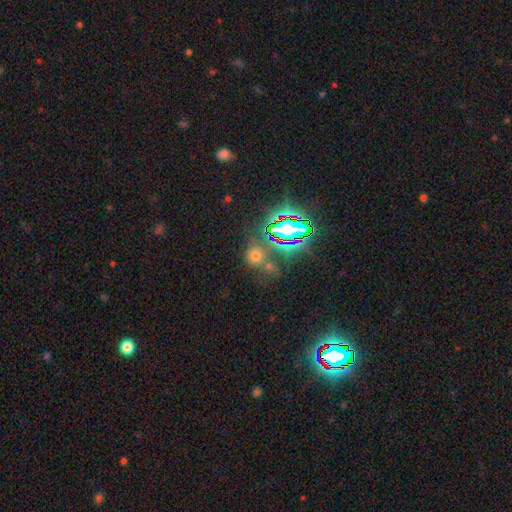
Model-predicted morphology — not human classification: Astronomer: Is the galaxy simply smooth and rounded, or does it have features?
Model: smooth — 48% (runner-up: star or artifact, 43%).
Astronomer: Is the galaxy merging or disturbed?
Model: none — 64%.